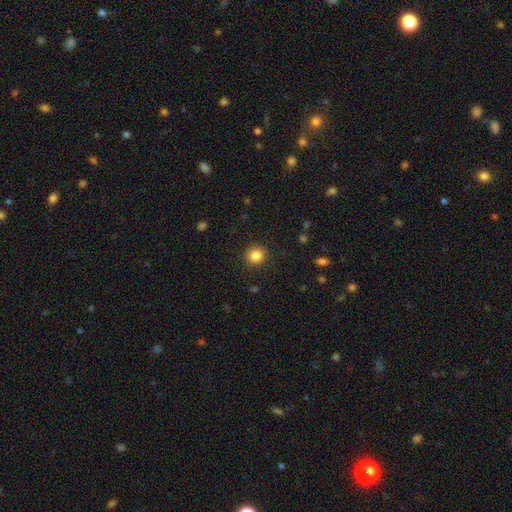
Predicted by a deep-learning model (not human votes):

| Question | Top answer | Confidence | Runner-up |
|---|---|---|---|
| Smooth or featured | smooth | 85% | star or artifact (10%) |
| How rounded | round | 91% | in between (8%) |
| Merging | none | 91% | minor disturbance (6%) |